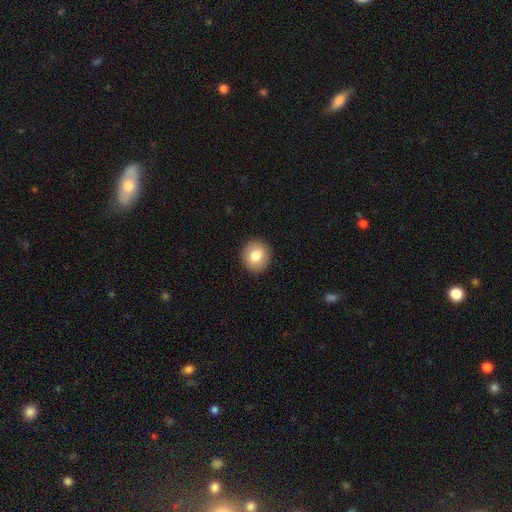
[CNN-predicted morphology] This appears to be a smooth galaxy with no disk features (81%) that is round (89%). Merging: none (92%).